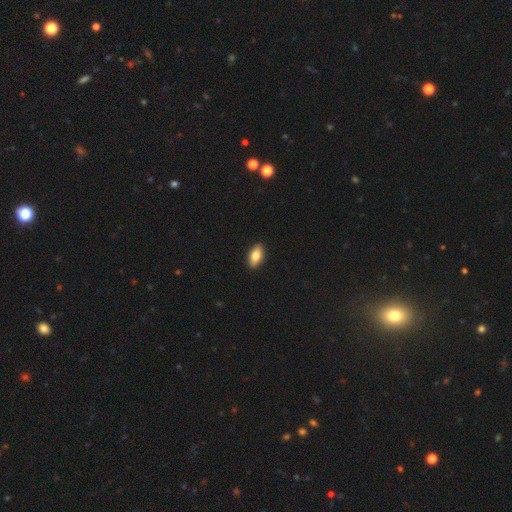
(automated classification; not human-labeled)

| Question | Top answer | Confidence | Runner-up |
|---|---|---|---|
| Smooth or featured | smooth | 81% | featured or disk (13%) |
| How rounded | in between | 90% | cigar-shaped (6%) |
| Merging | none | 90% | minor disturbance (7%) |